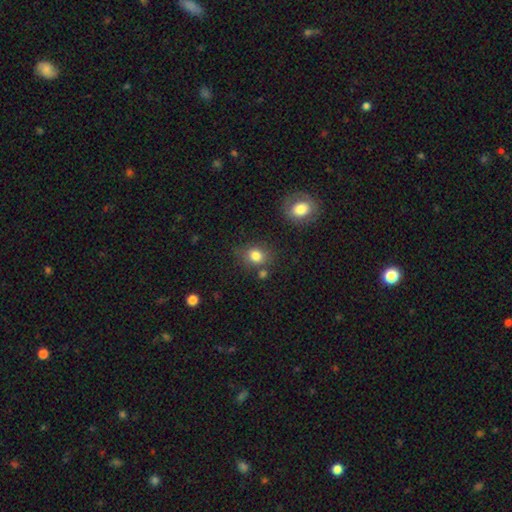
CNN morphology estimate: Smooth or featured?
  - smooth: 81% *
  - star or artifact: 11%
  - featured or disk: 7%
How rounded?
  - round: 60% *
  - in between: 39%
  - cigar-shaped: 1%
Merging?
  - none: 71% *
  - minor disturbance: 16%
  - merger: 9%
  - major disturbance: 5%